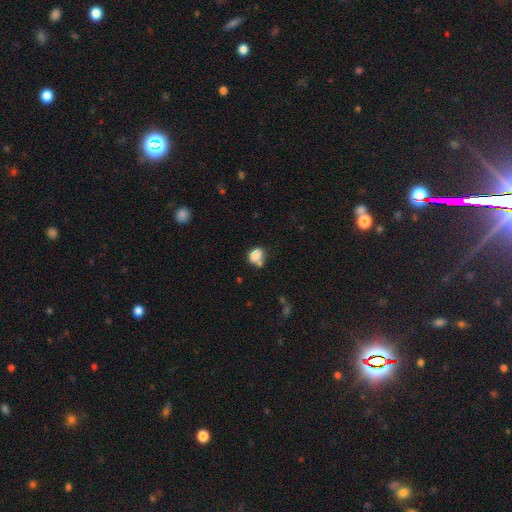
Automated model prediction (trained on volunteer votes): Morphology: type=smooth (82%); roundness=in between (51%); merging=none (44%).